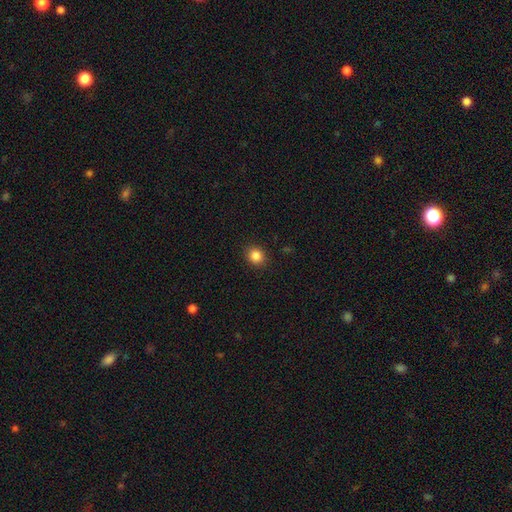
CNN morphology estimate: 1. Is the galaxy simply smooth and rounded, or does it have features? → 85% smooth, 11% star or artifact, 4% featured or disk.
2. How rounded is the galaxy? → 77% round, 22% in between, 1% cigar-shaped.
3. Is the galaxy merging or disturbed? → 90% none, 7% minor disturbance, 2% major disturbance, 1% merger.